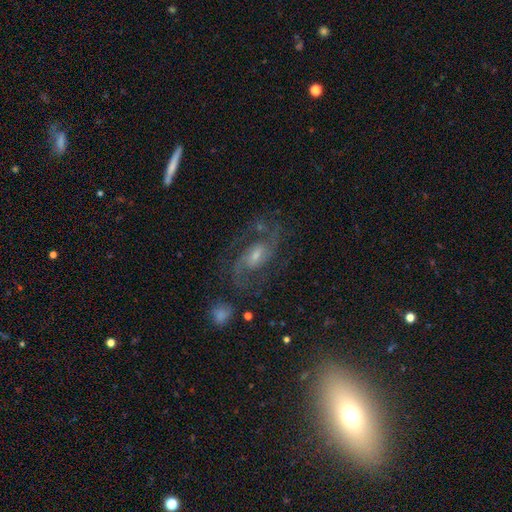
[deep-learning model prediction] Smooth or featured: featured or disk — 87% (star or artifact — 7%)
Edge-on disk: no — 97% (yes — 3%)
Bar: weak — 53% (no — 30%)
Spiral arms: yes — 97% (no — 3%)
Spiral winding: medium — 60% (tight — 21%)
Spiral arm count: 2 — 83% (can't tell — 5%)
Bulge size: small — 50% (moderate — 40%)
Merging: none — 71% (minor disturbance — 15%)